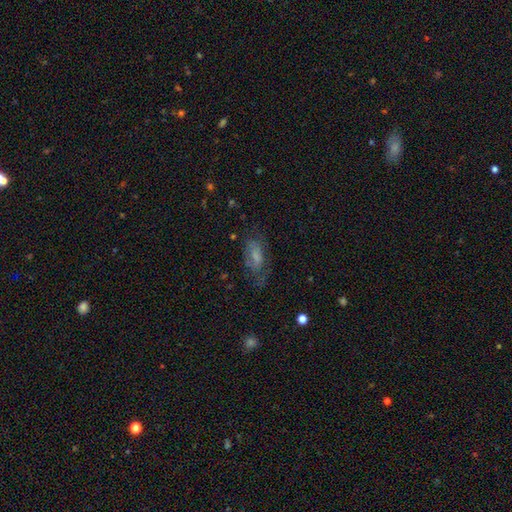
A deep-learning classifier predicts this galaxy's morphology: A smooth galaxy with no disk features (53%) that is in between round and cigar-shaped (82%). Merging: none (48%).